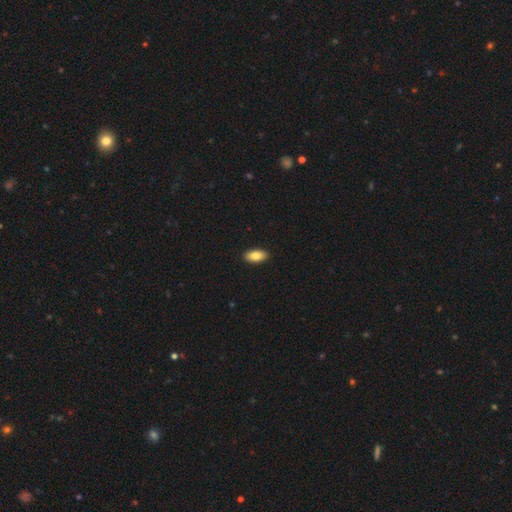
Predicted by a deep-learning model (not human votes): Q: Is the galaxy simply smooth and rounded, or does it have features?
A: smooth — 84%.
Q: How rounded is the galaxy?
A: in between — 91%.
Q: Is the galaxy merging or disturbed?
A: none — 91%.